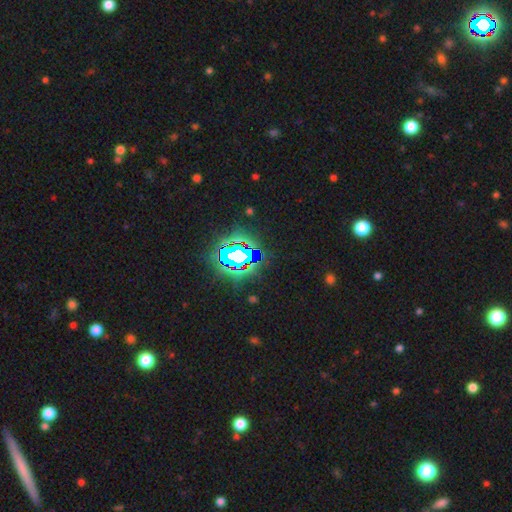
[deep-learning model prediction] This appears to be a star or artifact, not a galaxy (83%).